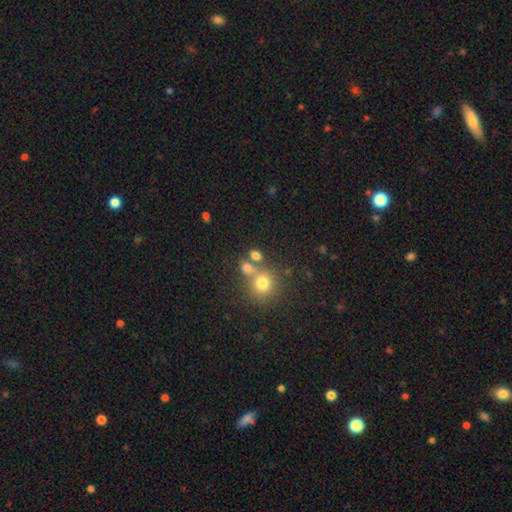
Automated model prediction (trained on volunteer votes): A smooth galaxy with no disk features (73%) that is in between round and cigar-shaped (52%).

Vote fractions:
- Smooth or featured? smooth: 73% / star or artifact: 16% / featured or disk: 11%
- How rounded? in between: 52% / round: 46% / cigar-shaped: 2%
- Merging? none: 50% / merger: 34% / minor disturbance: 10% / major disturbance: 6%